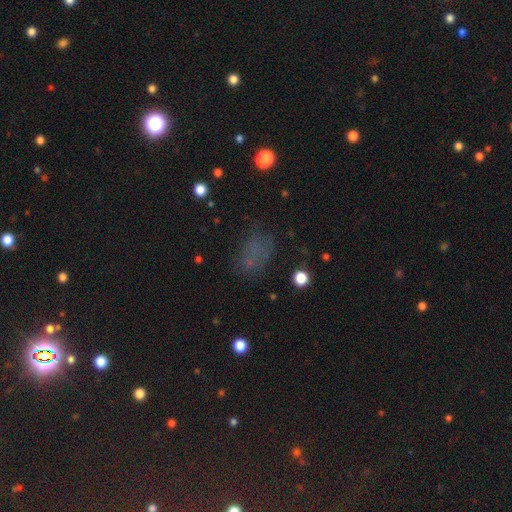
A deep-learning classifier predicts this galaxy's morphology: Overall: smooth (50%; star or artifact 37%). How rounded: in between (70%). Merging: none (63%).